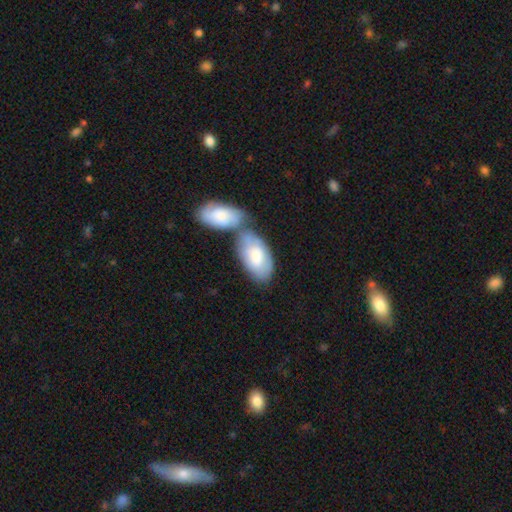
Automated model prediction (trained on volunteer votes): Morphology: type=smooth (66%); roundness=in between (94%); merging=merger (50%).